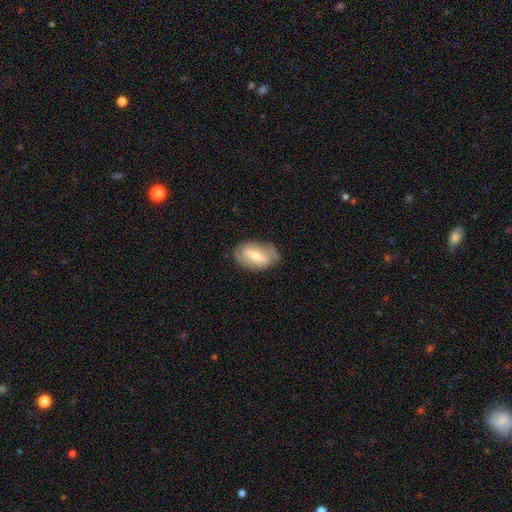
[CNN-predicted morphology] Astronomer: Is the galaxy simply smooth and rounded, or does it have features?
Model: smooth — 48% (runner-up: featured or disk, 46%).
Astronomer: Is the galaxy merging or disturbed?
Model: none — 72%.